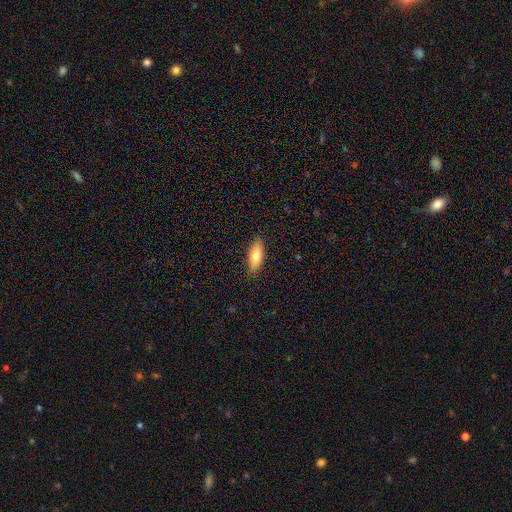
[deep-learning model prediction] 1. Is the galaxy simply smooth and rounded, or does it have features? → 76% smooth, 17% featured or disk, 6% star or artifact.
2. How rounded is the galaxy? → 73% in between, 24% cigar-shaped, 3% round.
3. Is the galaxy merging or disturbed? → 88% none, 9% minor disturbance, 2% major disturbance, 1% merger.